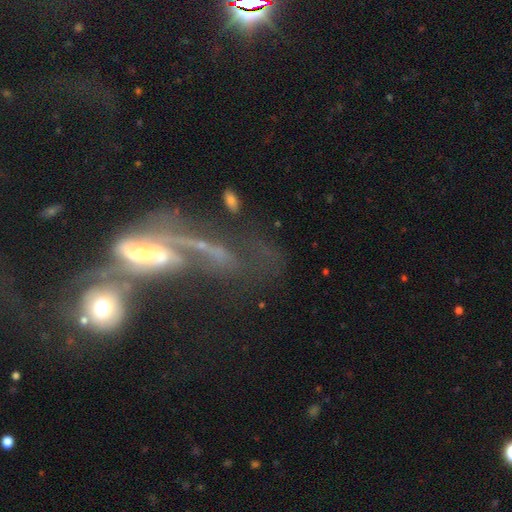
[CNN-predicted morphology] type=featured or disk (64%); edge-on=no (79%); bar=no (54%); spiral arms=yes (56%); bulge=moderate (36%); merging=merger (51%).